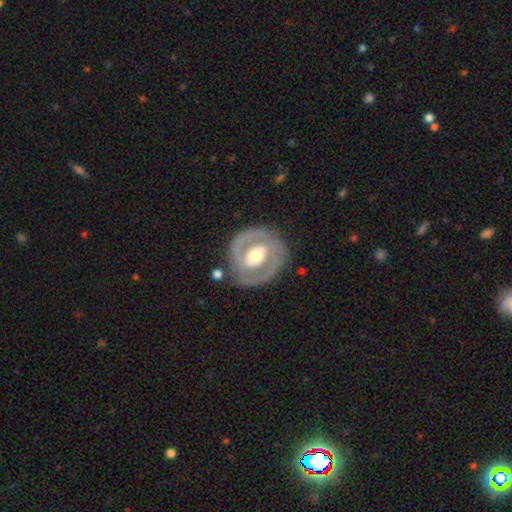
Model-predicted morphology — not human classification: Smooth or featured? Predicted: featured or disk (p=0.81). Edge-on disk? Predicted: no (p=0.97). Bar? Predicted: weak (p=0.39). Spiral arms? Predicted: yes (p=0.76). Spiral winding? Predicted: tight (p=0.56). Spiral arm count? Predicted: 2 (p=0.79). Bulge size? Predicted: moderate (p=0.67). Merging? Predicted: none (p=0.80).